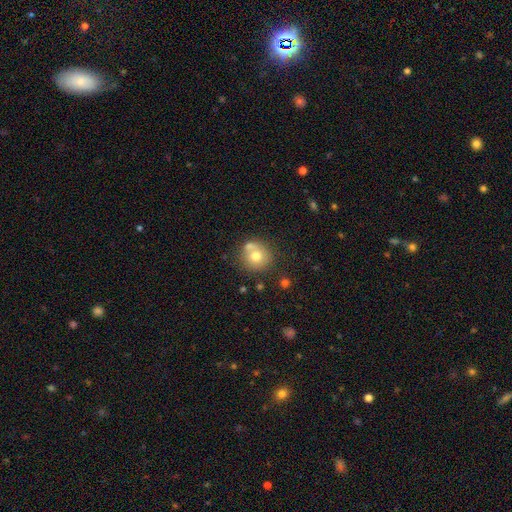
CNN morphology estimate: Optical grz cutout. It shows a smooth galaxy with no disk features (71%) that is round (89%). Merging: none (57%).